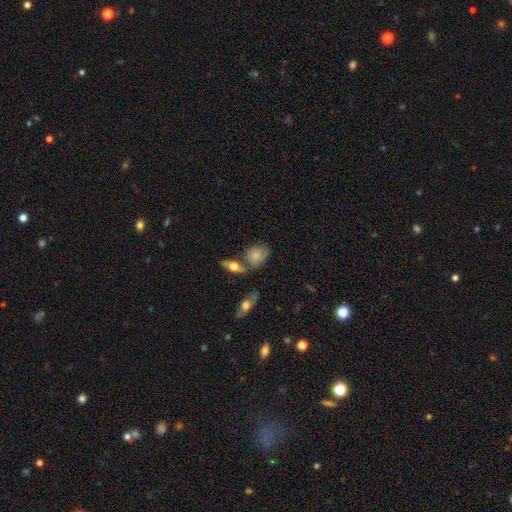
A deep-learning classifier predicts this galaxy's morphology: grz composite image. It shows a smooth galaxy with no disk features (70%) that is in between round and cigar-shaped (52%). Merging: none (59%).